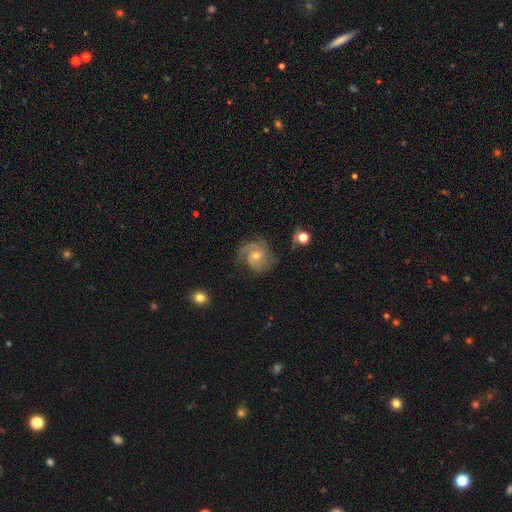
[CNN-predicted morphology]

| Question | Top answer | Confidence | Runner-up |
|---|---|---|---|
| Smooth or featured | featured or disk | 84% | smooth (10%) |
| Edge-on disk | no | 98% | yes (2%) |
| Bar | no | 64% | weak (31%) |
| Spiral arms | yes | 97% | no (3%) |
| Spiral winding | medium | 44% | tight (43%) |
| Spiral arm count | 2 | 50% | 3 (24%) |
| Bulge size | moderate | 48% | tied: small (48%) |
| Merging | none | 68% | minor disturbance (20%) |